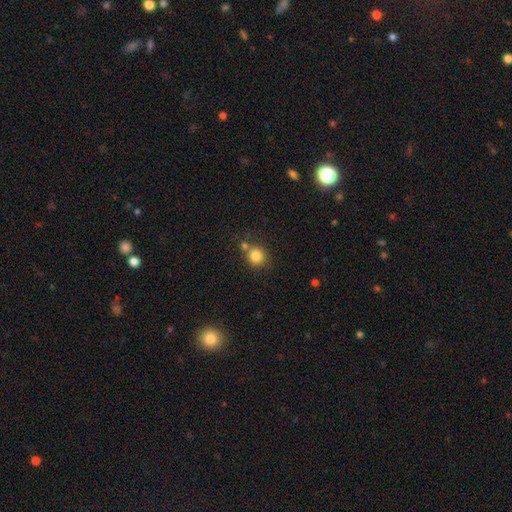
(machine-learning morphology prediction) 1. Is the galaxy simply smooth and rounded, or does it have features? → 83% smooth, 11% star or artifact, 6% featured or disk.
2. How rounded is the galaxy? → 86% round, 13% in between, 1% cigar-shaped.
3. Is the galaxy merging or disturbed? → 67% none, 17% merger, 11% minor disturbance, 4% major disturbance.